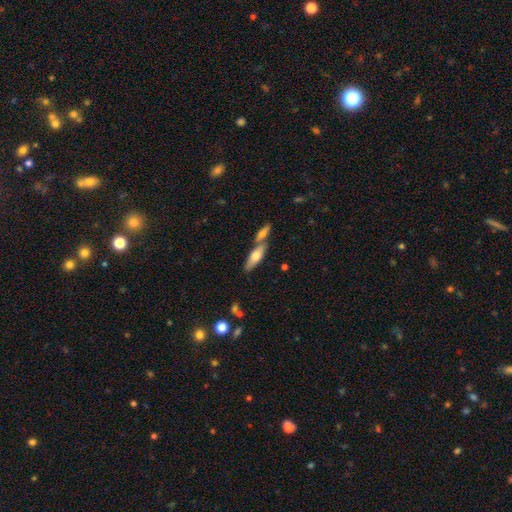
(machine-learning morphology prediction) The model was most divided on "merging": none: 45%, merger: 42%, minor disturbance: 10%, major disturbance: 3%. More confident: smooth or featured — smooth (66%); how rounded — in between (53%).